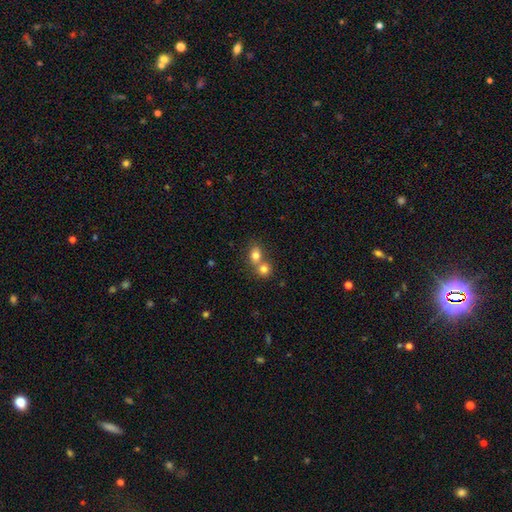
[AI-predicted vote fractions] Smooth or featured? Predicted: smooth (p=0.77). How rounded? Predicted: round (p=0.54). Merging? Predicted: merger (p=0.59).